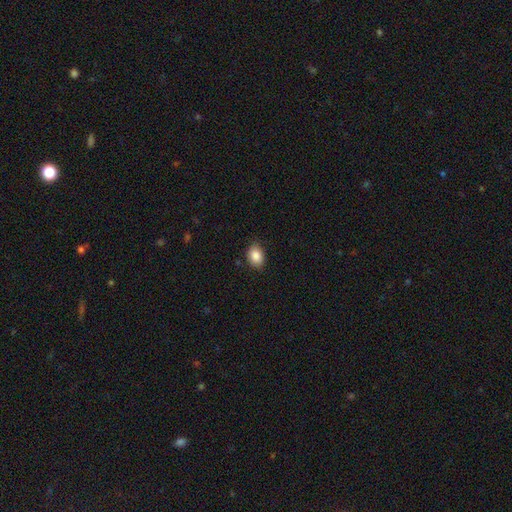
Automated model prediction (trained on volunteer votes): A smooth galaxy with no disk features (87%) that is in between round and cigar-shaped (73%). Merging: none (81%).